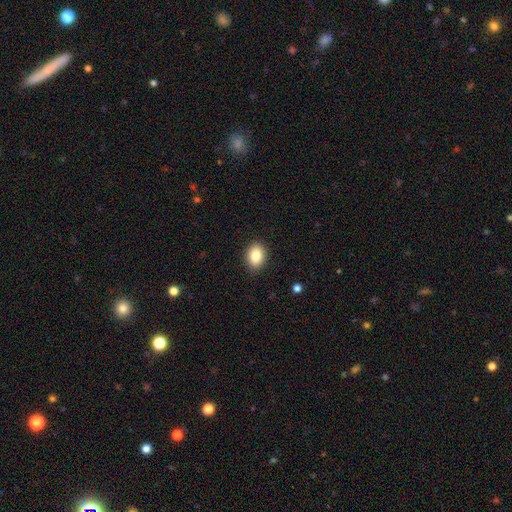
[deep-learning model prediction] Smooth or featured? Predicted: smooth (p=0.84). How rounded? Predicted: in between (p=0.70). Merging? Predicted: none (p=0.88).